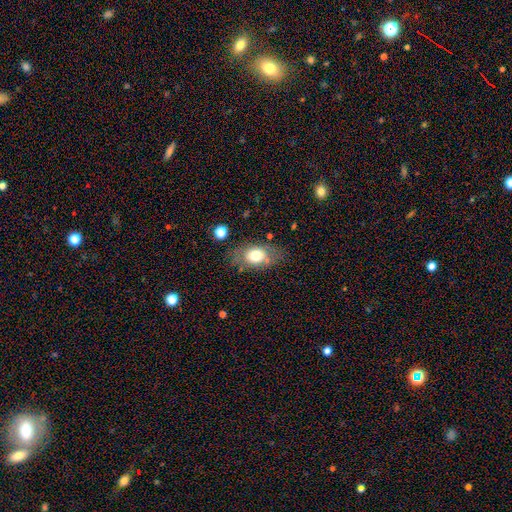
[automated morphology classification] Q: Smooth or featured?
A: smooth (69%); runner-up: featured or disk (22%)
Q: How rounded?
A: in between (80%); runner-up: round (18%)
Q: Merging?
A: none (72%); runner-up: minor disturbance (17%)